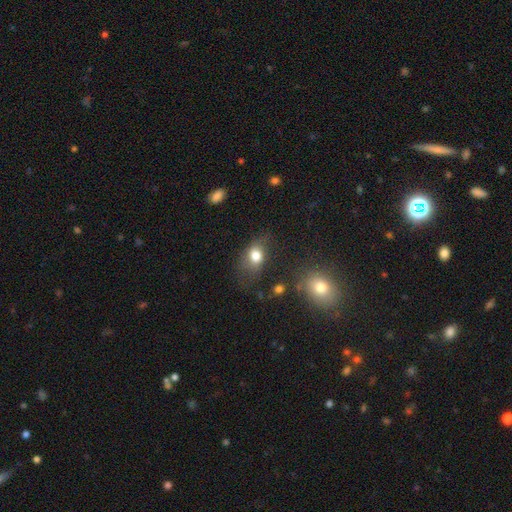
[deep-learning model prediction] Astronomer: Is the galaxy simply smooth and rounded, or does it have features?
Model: smooth — 77%.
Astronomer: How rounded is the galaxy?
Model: in between — 69%.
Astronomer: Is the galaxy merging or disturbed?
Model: none — 53%.